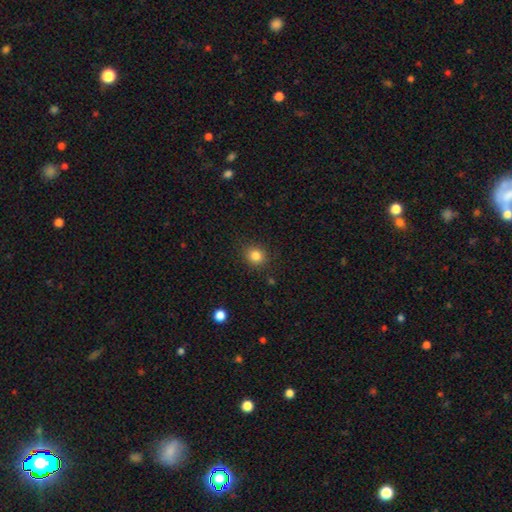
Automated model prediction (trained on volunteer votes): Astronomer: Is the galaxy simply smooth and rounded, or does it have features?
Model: smooth — 83%.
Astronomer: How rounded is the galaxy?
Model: round — 80%.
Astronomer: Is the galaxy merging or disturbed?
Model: none — 87%.